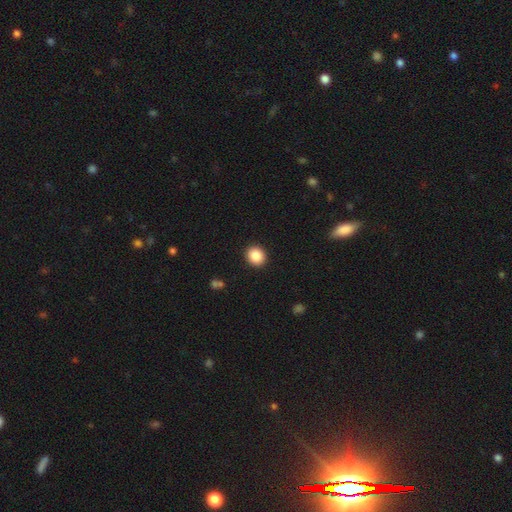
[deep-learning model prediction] The model was most divided on "how rounded": round: 75%, in between: 24%, cigar-shaped: 1%. More confident: merging — none (92%); smooth or featured — smooth (88%).